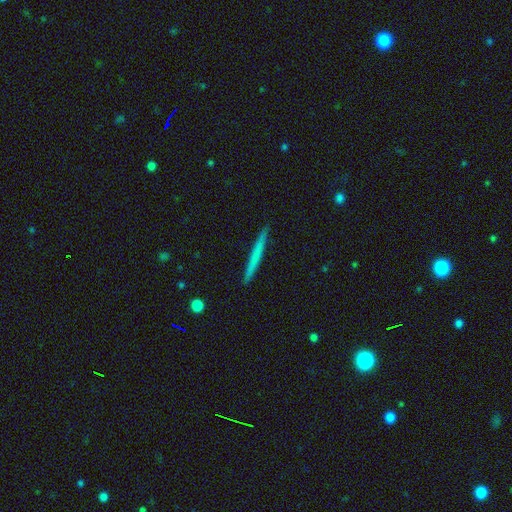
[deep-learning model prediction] Overall: smooth (58%; featured or disk 37%). How rounded: cigar-shaped (97%). Merging: none (92%).